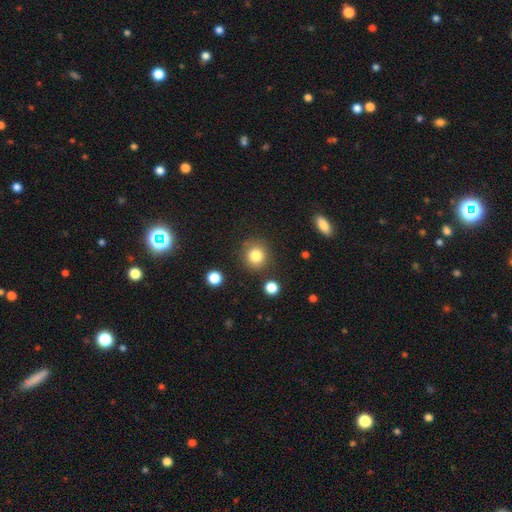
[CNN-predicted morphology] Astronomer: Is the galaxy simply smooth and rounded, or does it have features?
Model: smooth — 82%.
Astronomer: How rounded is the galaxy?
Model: round — 90%.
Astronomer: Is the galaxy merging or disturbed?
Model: none — 84%.